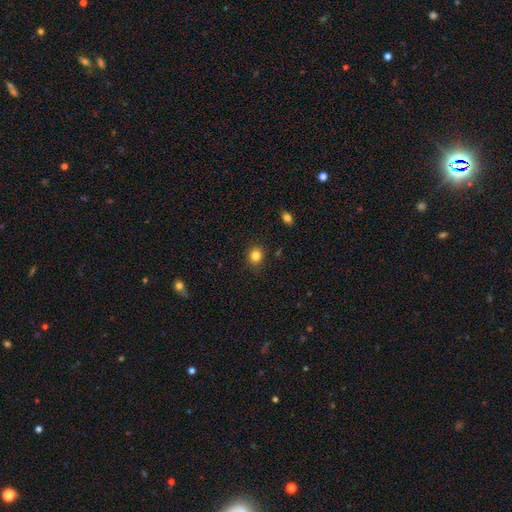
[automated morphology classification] smooth_or_featured: smooth (p=0.83) [alt: star or artifact p=0.12]
how_rounded: round (p=0.81) [alt: in between p=0.18]
merging: none (p=0.86) [alt: minor disturbance p=0.10]